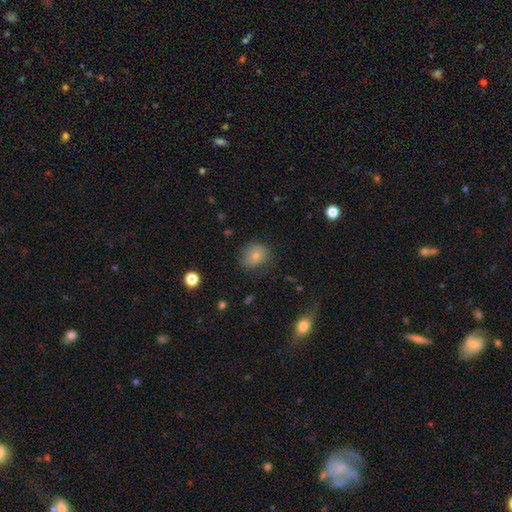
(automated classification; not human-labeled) This appears to be a smooth galaxy with no disk features (69%) that is round (68%). Merging: none (62%).